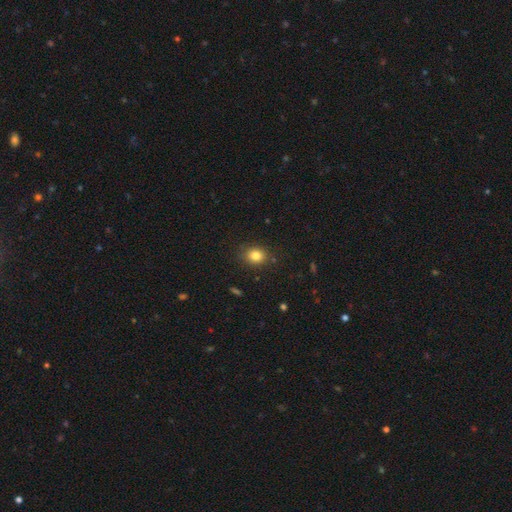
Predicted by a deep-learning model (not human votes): smooth-or-featured: smooth: 82% | star or artifact: 11% | featured or disk: 7%
  how-rounded: round: 58% | in between: 41% | cigar-shaped: 1%
  merging: none: 84% | minor disturbance: 11% | major disturbance: 3% | merger: 2%